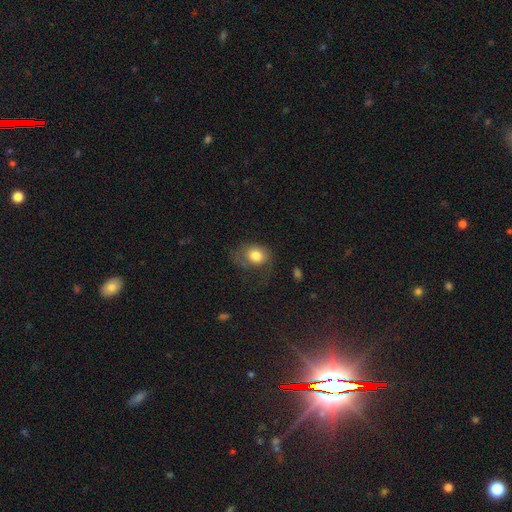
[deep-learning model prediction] A smooth galaxy with no disk features (75%) that is round (54%). Merging: none (43%).